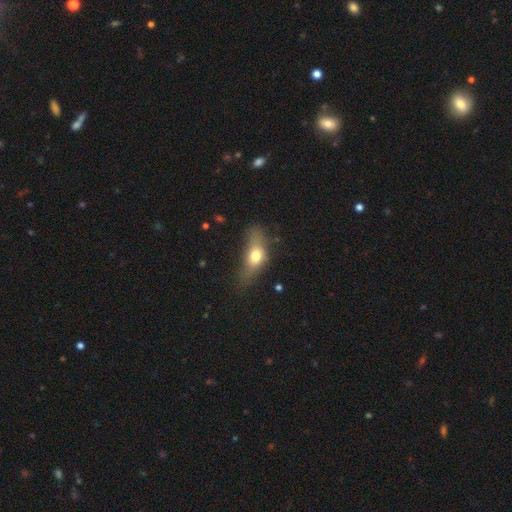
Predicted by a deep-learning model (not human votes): A smooth galaxy with no disk features (65%) that is in between round and cigar-shaped (70%).

Vote fractions:
- Smooth or featured? smooth: 65% / featured or disk: 25% / star or artifact: 10%
- How rounded? in between: 70% / cigar-shaped: 19% / round: 11%
- Merging? none: 43% / minor disturbance: 31% / major disturbance: 22% / merger: 3%